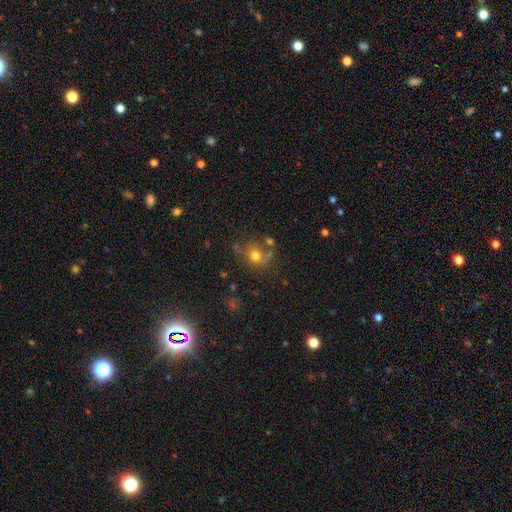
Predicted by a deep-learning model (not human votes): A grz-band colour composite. It shows a smooth galaxy with no disk features (67%) that is round (77%). Merging: none (53%).